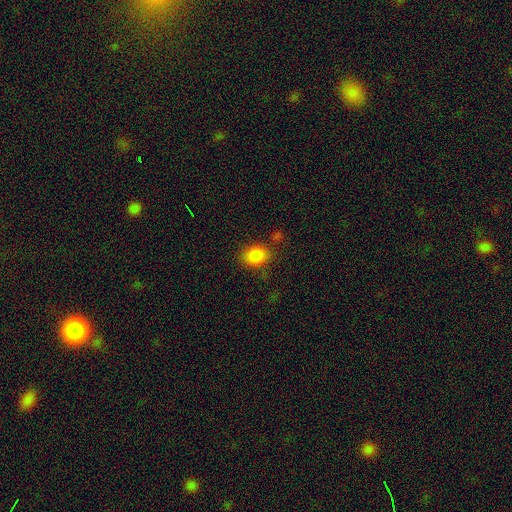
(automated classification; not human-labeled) This is clearly a smooth galaxy (85%). How rounded: likely in between (68%). Merging: likely none (72%).